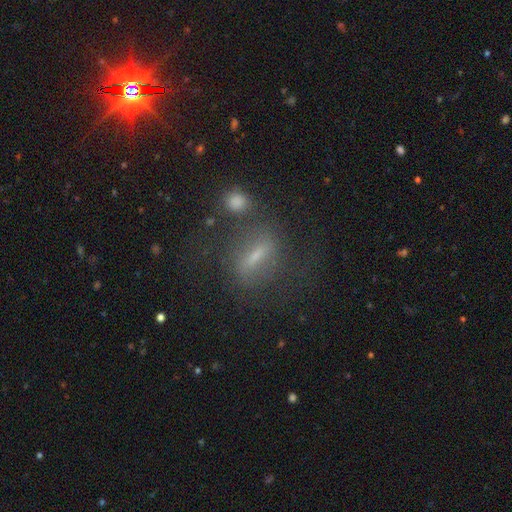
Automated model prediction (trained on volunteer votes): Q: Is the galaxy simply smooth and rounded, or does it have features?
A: featured or disk — 47%.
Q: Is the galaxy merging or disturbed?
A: none — 63%.